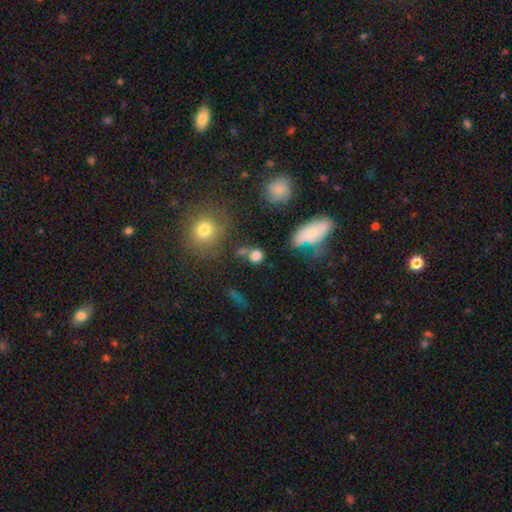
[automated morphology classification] Smooth or featured? Predicted: smooth (p=0.74). How rounded? Predicted: round (p=0.77). Merging? Predicted: none (p=0.56).